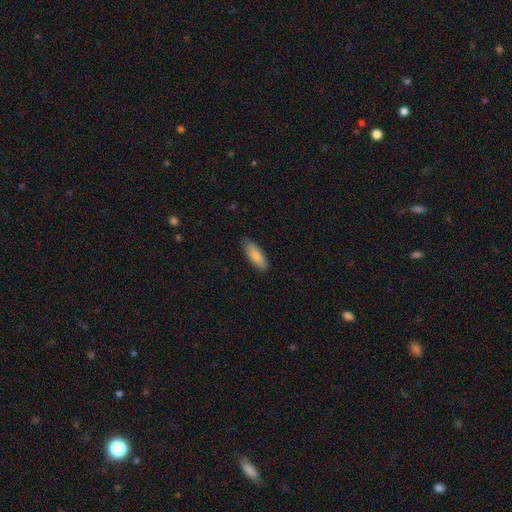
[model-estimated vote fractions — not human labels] Q: Smooth or featured?
A: smooth (82%); runner-up: featured or disk (13%)
Q: How rounded?
A: in between (68%); runner-up: cigar-shaped (30%)
Q: Merging?
A: none (83%); runner-up: minor disturbance (14%)